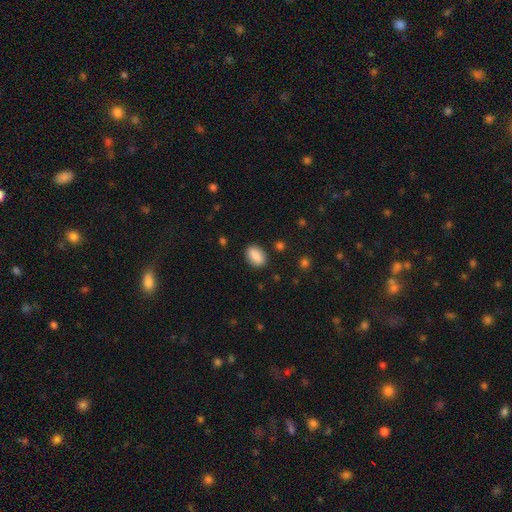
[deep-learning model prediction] Smooth or featured: smooth — 88% (star or artifact — 7%)
How rounded: in between — 86% (round — 12%)
Merging: none — 87% (minor disturbance — 9%)